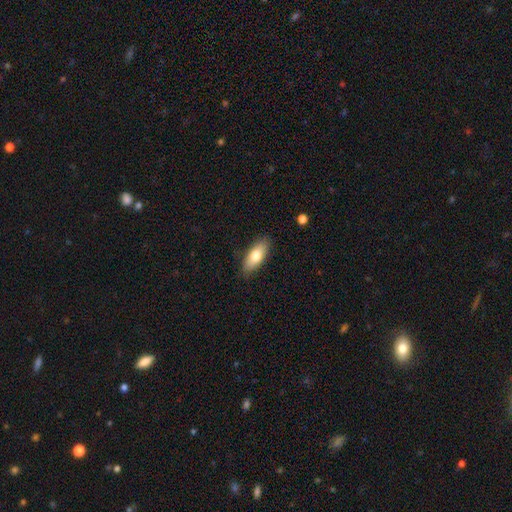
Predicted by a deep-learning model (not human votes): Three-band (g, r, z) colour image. It shows a smooth galaxy with no disk features (74%) that is in between round and cigar-shaped (77%). Merging: none (86%).